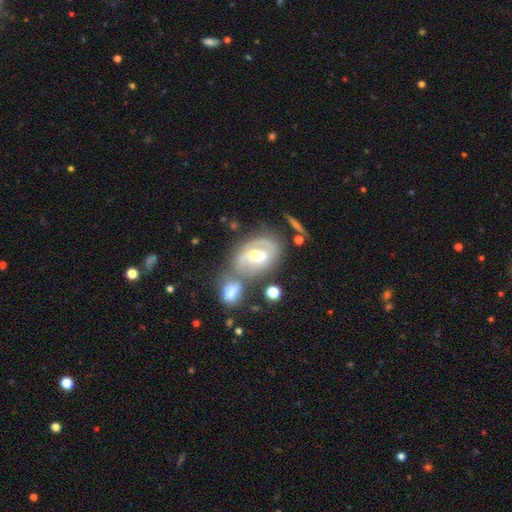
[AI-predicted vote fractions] Overall: featured or disk (67%). Edge-on disk: no (95%). Bar: weak (44%; no 28%). Spiral arms: yes (71%). Bulge size: moderate (60%). Merging: none (39%; merger 31%).